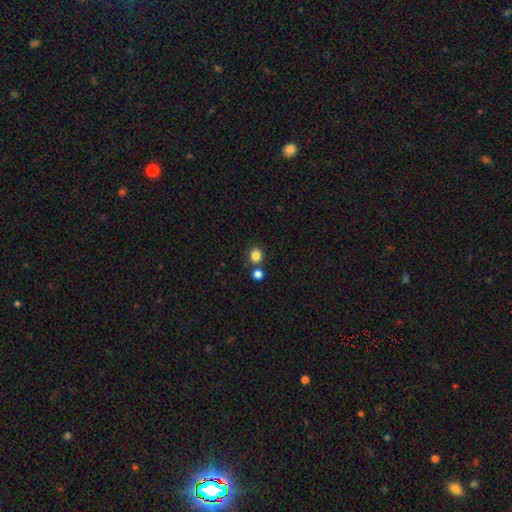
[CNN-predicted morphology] smooth_or_featured: smooth (p=0.84) [alt: star or artifact p=0.12]
how_rounded: round (p=0.82) [alt: in between p=0.18]
merging: none (p=0.72) [alt: merger p=0.17]